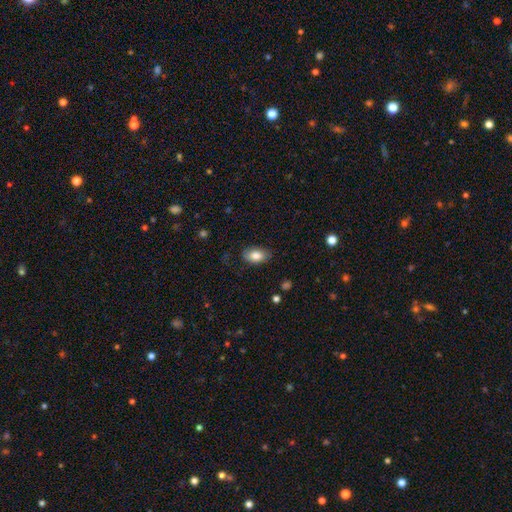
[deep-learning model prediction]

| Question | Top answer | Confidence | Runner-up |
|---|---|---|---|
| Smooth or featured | smooth | 83% | featured or disk (11%) |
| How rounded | in between | 91% | round (7%) |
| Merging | none | 78% | minor disturbance (17%) |